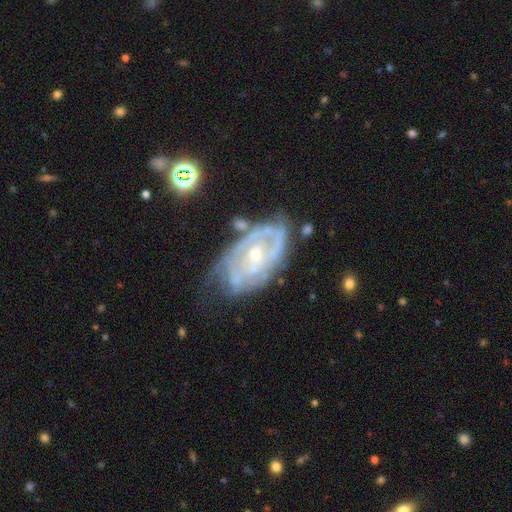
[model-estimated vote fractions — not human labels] Smooth or featured? featured or disk (82%)
Edge-on disk? no (95%)
Bar? no (61%)
Spiral arms? yes (83%)
Spiral winding? tight (61%)
Spiral arm count? can't tell (47%)
Bulge size? small (58%)
Merging? none (48%)